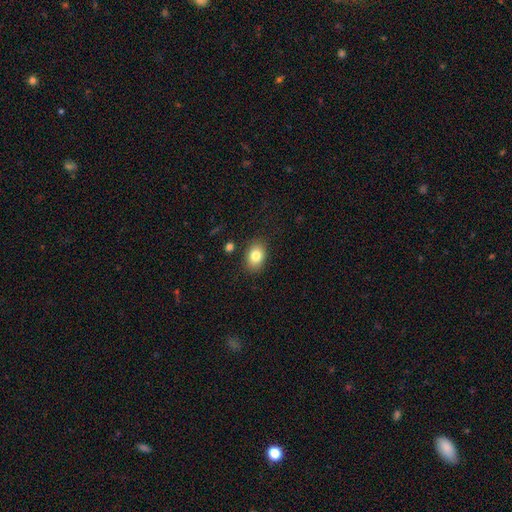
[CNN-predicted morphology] This appears to be a smooth galaxy with no disk features (81%) that is in between round and cigar-shaped (79%). Merging: none (85%).